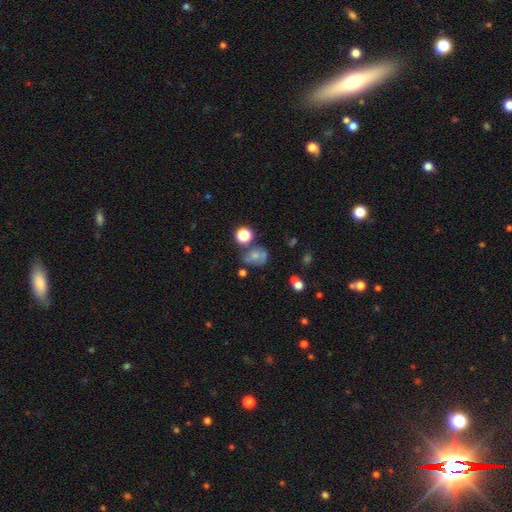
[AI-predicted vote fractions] Smooth or featured: smooth — 58% (featured or disk — 25%)
How rounded: round — 62% (in between — 37%)
Merging: none — 44% (minor disturbance — 22%)